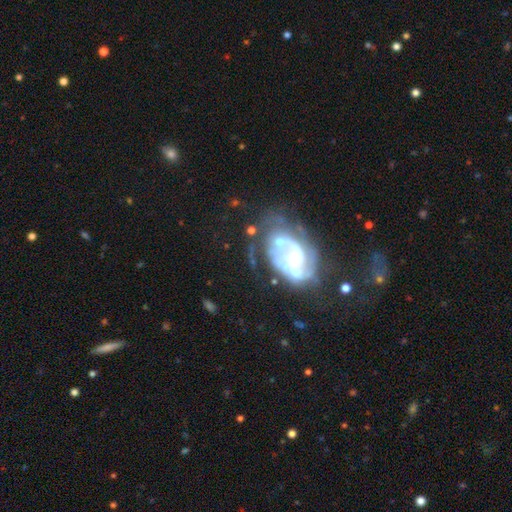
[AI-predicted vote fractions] featured or disk 54%, star or artifact 31%, smooth 15%. Down the decision tree: edge-on disk — no (88%); merging — none (52%).